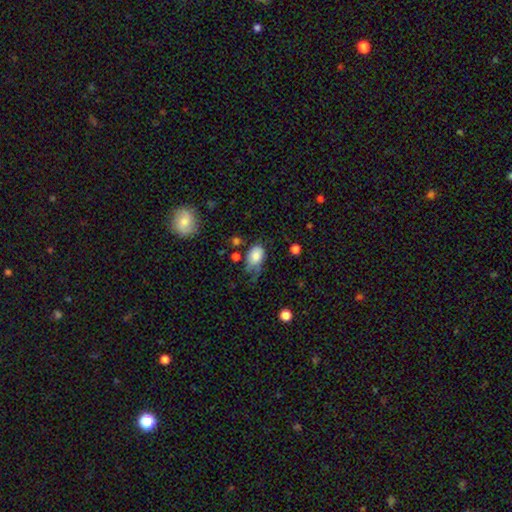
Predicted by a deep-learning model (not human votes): smooth 81%, featured or disk 11%, star or artifact 8%. Down the decision tree: how rounded — in between (84%); merging — minor disturbance (38%).